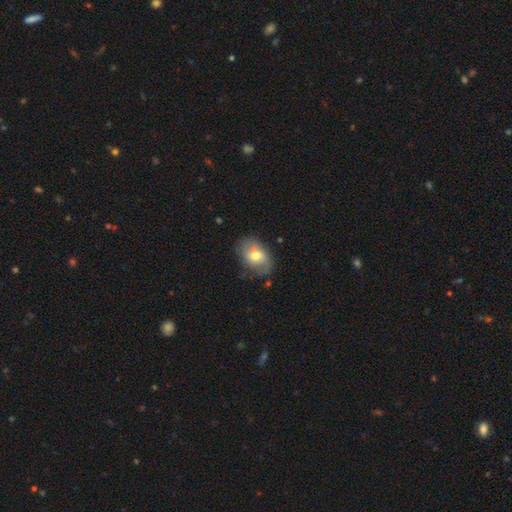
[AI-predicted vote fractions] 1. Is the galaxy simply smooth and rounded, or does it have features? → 53% smooth, 39% featured or disk, 8% star or artifact.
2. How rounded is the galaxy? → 80% in between, 19% round, 1% cigar-shaped.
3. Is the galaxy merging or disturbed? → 63% none, 26% minor disturbance, 9% major disturbance, 2% merger.